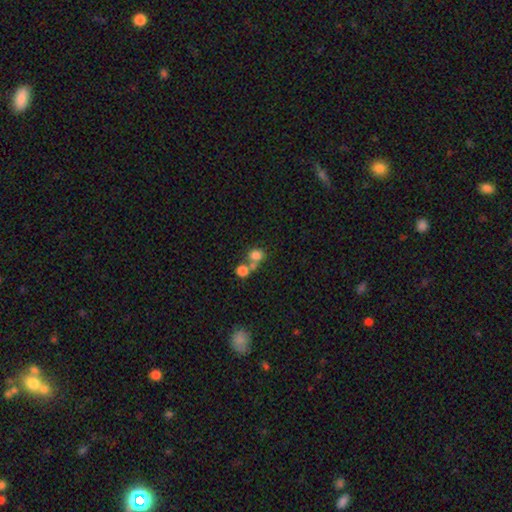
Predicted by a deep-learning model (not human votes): Q: Smooth or featured?
A: smooth (78%); runner-up: star or artifact (13%)
Q: How rounded?
A: round (83%); runner-up: in between (16%)
Q: Merging?
A: none (46%); runner-up: merger (44%)